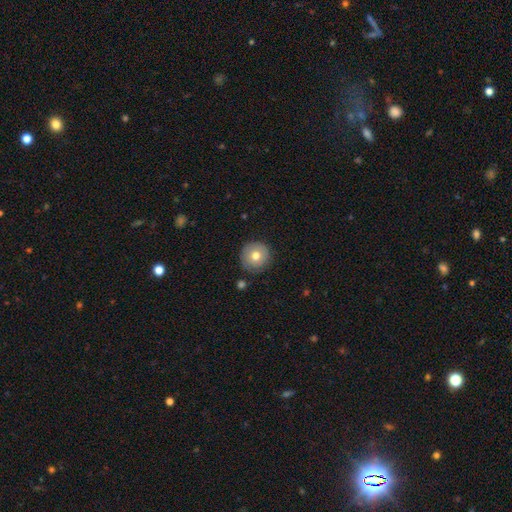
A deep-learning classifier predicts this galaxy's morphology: A smooth galaxy with no disk features (72%) that is round (95%). Merging: none (85%).